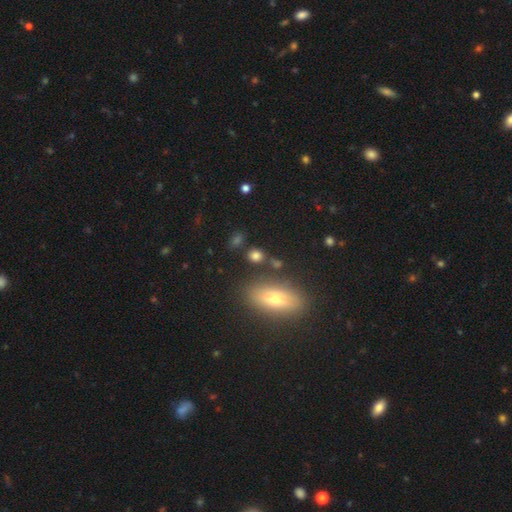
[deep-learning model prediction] Smooth or featured?
  - smooth: 78% *
  - star or artifact: 14%
  - featured or disk: 8%
How rounded?
  - round: 56% *
  - in between: 39%
  - cigar-shaped: 4%
Merging?
  - none: 75% *
  - minor disturbance: 12%
  - merger: 9%
  - major disturbance: 5%